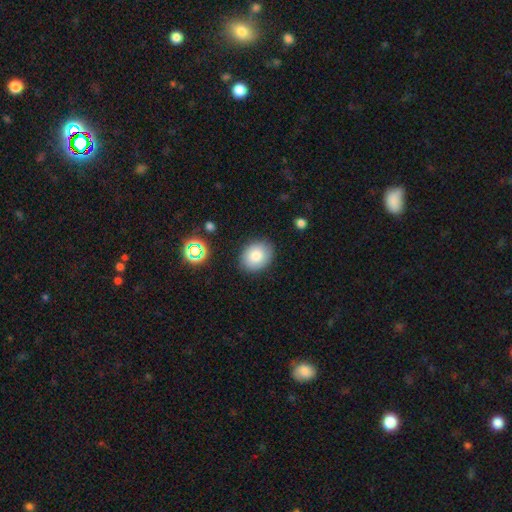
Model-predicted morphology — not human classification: smooth-or-featured: smooth: 82% | featured or disk: 9% | star or artifact: 9%
  how-rounded: round: 51% | in between: 48% | cigar-shaped: 1%
  merging: none: 85% | minor disturbance: 11% | major disturbance: 3% | merger: 2%